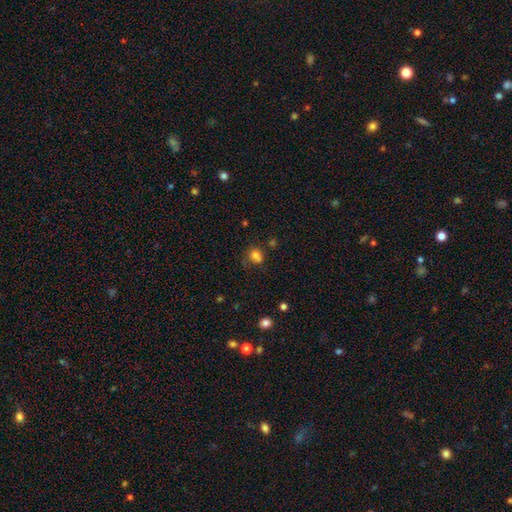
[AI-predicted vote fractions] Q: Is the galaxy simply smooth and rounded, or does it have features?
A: smooth — 78%.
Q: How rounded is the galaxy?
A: round — 58%.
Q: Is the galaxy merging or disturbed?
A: none — 55%.